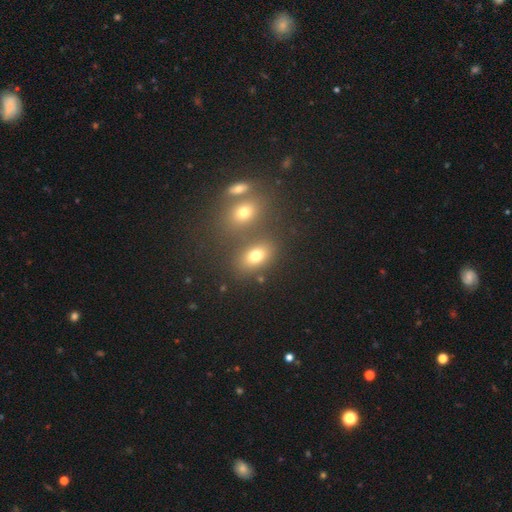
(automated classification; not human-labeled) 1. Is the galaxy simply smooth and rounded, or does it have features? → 72% smooth, 16% star or artifact, 12% featured or disk.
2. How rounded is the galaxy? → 71% in between, 27% round, 2% cigar-shaped.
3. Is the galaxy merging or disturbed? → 65% none, 19% merger, 11% minor disturbance, 5% major disturbance.